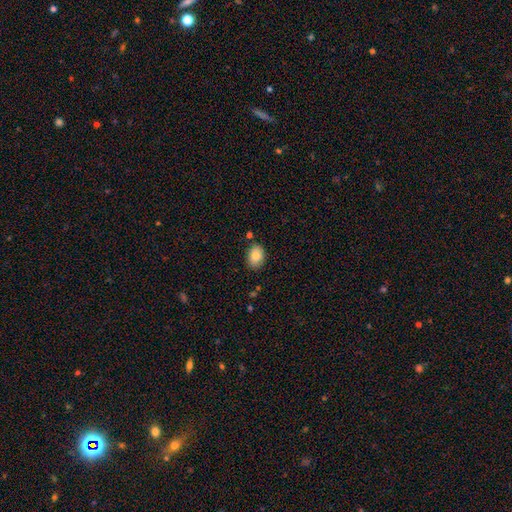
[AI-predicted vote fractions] Smooth or featured? Predicted: smooth (p=0.85). How rounded? Predicted: in between (p=0.81). Merging? Predicted: none (p=0.83).